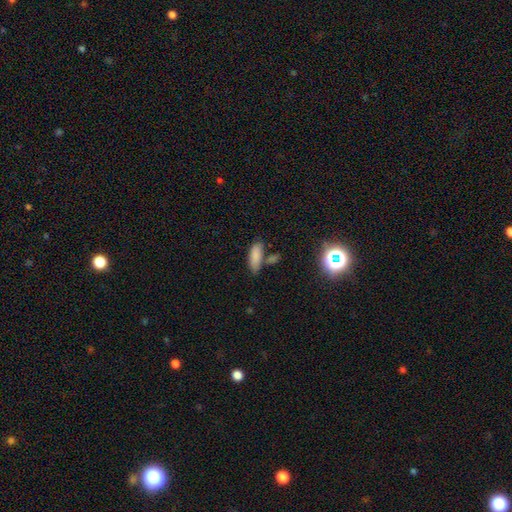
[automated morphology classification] This appears to be a smooth galaxy with no disk features (83%) that is in between round and cigar-shaped (70%). Merging: none (62%).